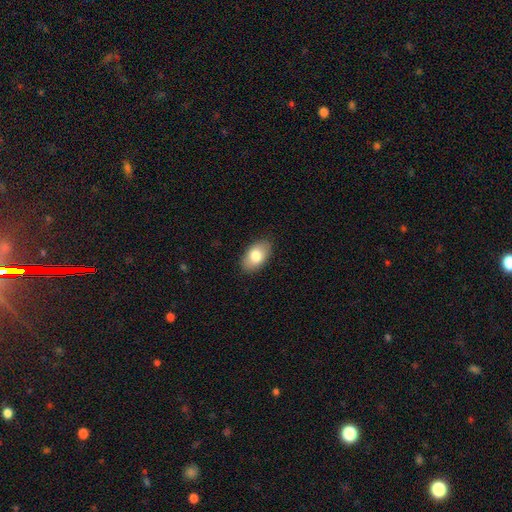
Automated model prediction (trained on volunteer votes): Smooth or featured? Predicted: smooth (p=0.80). How rounded? Predicted: in between (p=0.93). Merging? Predicted: none (p=0.87).